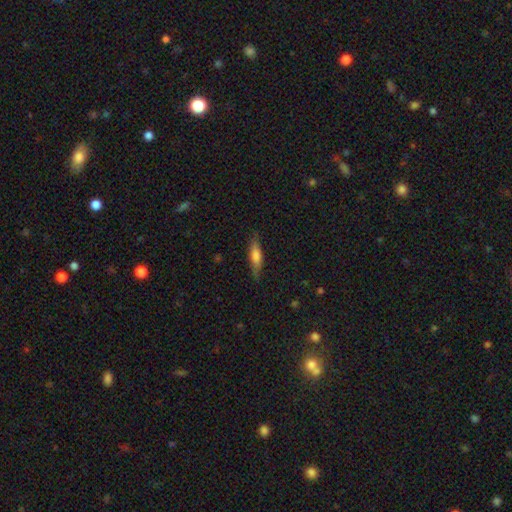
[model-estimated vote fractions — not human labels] smooth_or_featured: smooth (p=0.63) [alt: featured or disk p=0.31]
how_rounded: cigar-shaped (p=0.61) [alt: in between p=0.37]
merging: none (p=0.78) [alt: minor disturbance p=0.17]